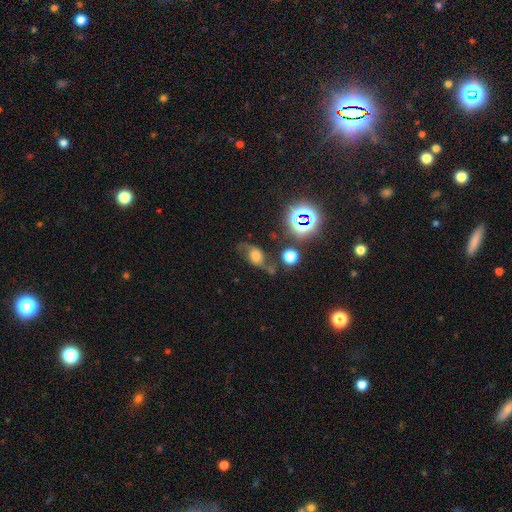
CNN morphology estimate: A featured or disk galaxy (50%).

Vote fractions:
- Smooth or featured? featured or disk: 50% / smooth: 31% / star or artifact: 19%
- Merging? none: 50% / minor disturbance: 24% / major disturbance: 17% / merger: 9%